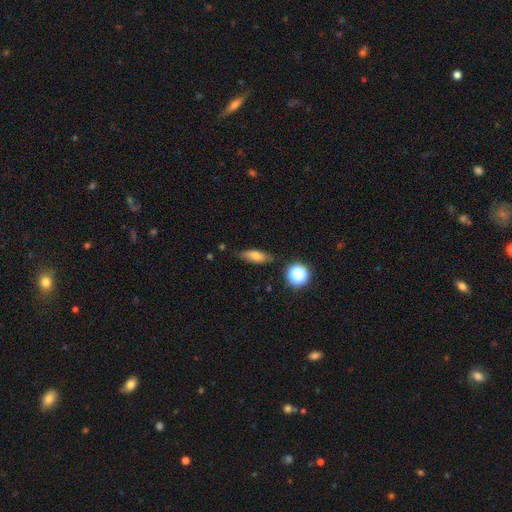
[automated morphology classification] smooth 72%, featured or disk 17%, star or artifact 11%. Down the decision tree: how rounded — in between (69%); merging — none (78%).